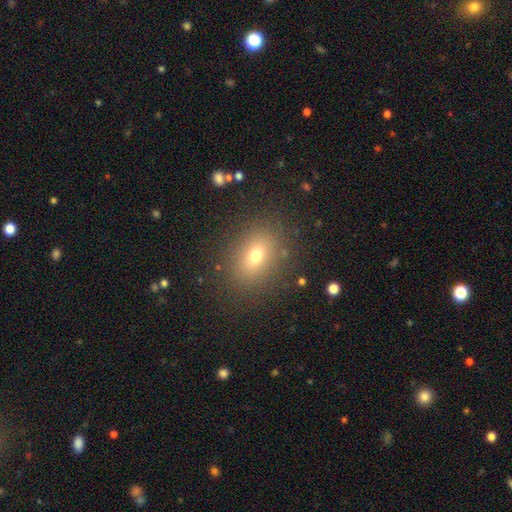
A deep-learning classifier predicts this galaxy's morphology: The model was most divided on "how rounded": in between: 67%, round: 31%, cigar-shaped: 2%. More confident: merging — none (85%); smooth or featured — smooth (71%).